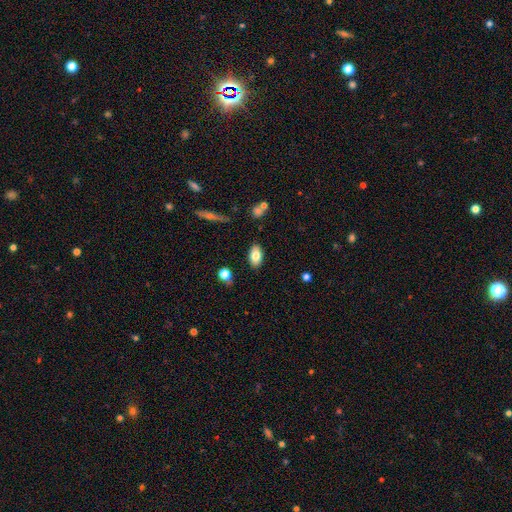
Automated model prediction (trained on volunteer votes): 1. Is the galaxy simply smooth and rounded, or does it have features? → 82% smooth, 10% featured or disk, 8% star or artifact.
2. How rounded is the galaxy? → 92% in between, 5% round, 3% cigar-shaped.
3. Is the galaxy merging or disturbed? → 86% none, 10% minor disturbance, 2% major disturbance, 2% merger.